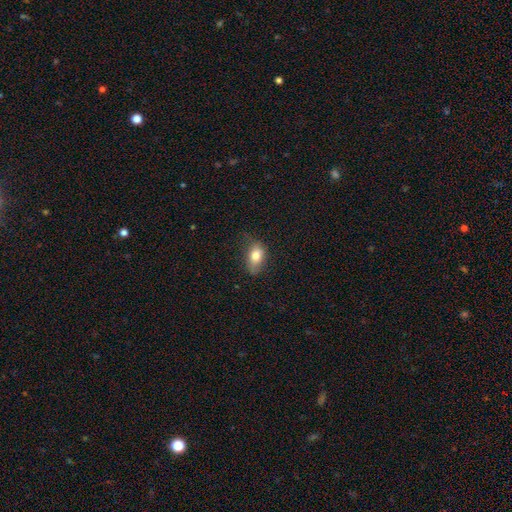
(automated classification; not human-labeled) Morphology: type=smooth (75%); roundness=in between (86%); merging=none (58%).